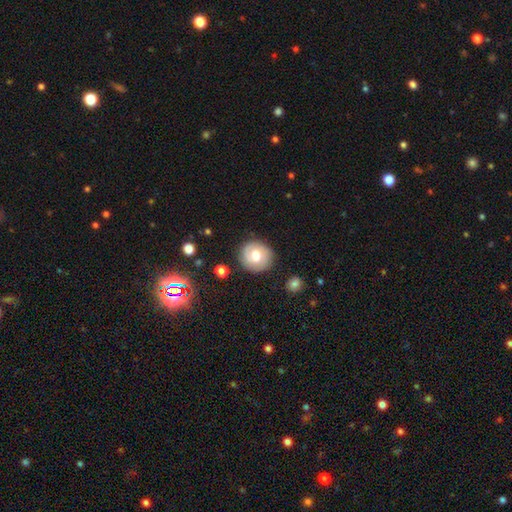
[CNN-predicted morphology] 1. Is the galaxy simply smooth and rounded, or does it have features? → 62% smooth, 29% featured or disk, 9% star or artifact.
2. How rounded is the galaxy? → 89% round, 10% in between, 1% cigar-shaped.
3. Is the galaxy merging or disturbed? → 84% none, 11% minor disturbance, 3% major disturbance, 2% merger.